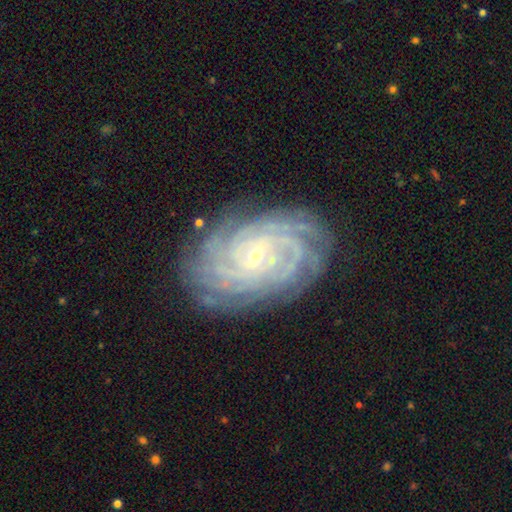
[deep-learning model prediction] A featured or disk galaxy (90%) with no bar (53%), more than 4 (31%) tight (86%) spiral arms (98%) and a small central bulge (83%). Merging: none (83%).